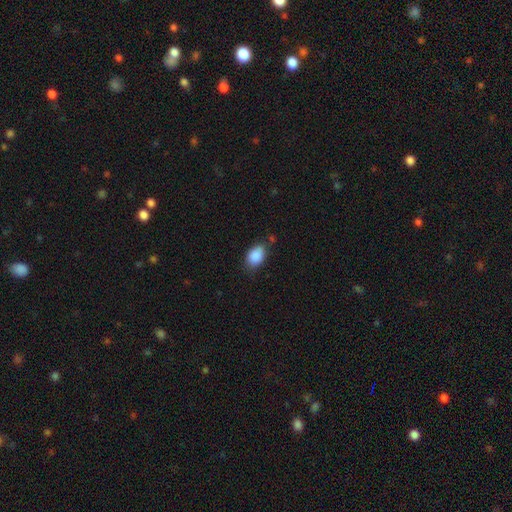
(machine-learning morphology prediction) smooth-or-featured: smooth: 89% | star or artifact: 7% | featured or disk: 4%
  how-rounded: in between: 85% | round: 13% | cigar-shaped: 1%
  merging: none: 72% | minor disturbance: 21% | major disturbance: 4% | merger: 3%